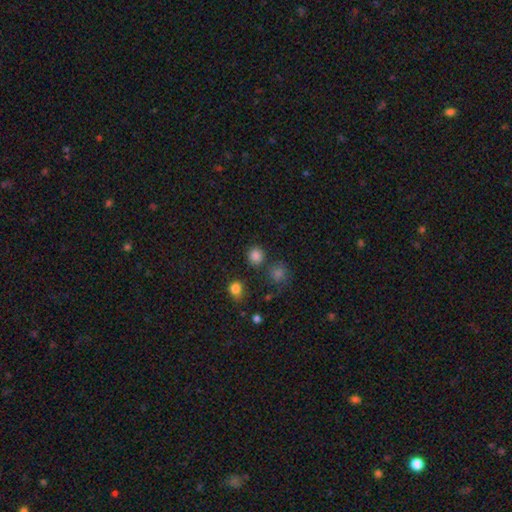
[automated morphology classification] Smooth or featured?
  - smooth: 83% *
  - star or artifact: 13%
  - featured or disk: 4%
How rounded?
  - round: 89% *
  - in between: 10%
  - cigar-shaped: 1%
Merging?
  - none: 82% *
  - minor disturbance: 8%
  - merger: 7%
  - major disturbance: 3%